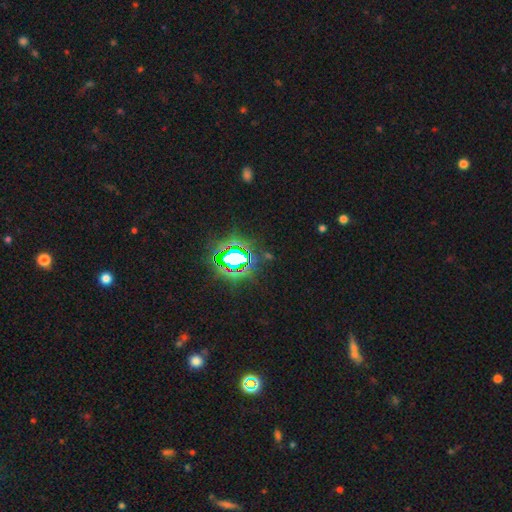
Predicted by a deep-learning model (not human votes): The model was most divided on "smooth or featured": star or artifact: 81%, smooth: 12%, featured or disk: 7%.